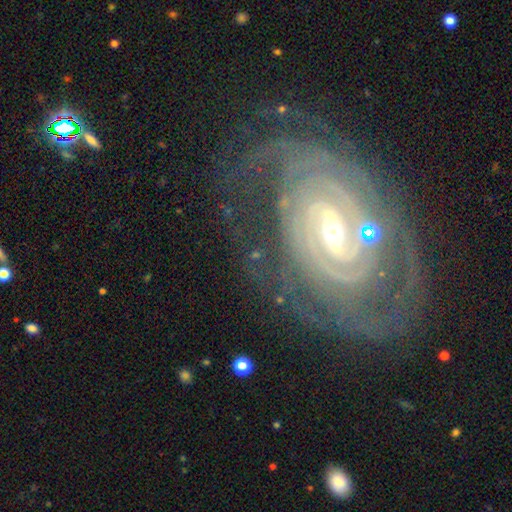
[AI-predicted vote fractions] smooth-or-featured: featured or disk: 78% | star or artifact: 11% | smooth: 10%
  disk-edge-on: no: 93% | yes: 7%
    bar: strong: 45% | weak: 31% | no: 24%
    has-spiral-arms: yes: 93% | no: 7%
      spiral-winding: tight: 64% | medium: 27% | loose: 9%
      spiral-arm-count: 2: 44% | can't tell: 19% | 3: 15% | 4: 8% | 1: 7% | more than 4: 7%
    bulge-size: moderate: 58% | small: 32% | large: 6% | dominant: 2% | none: 2%
  merging: none: 68% | minor disturbance: 16% | major disturbance: 11% | merger: 4%